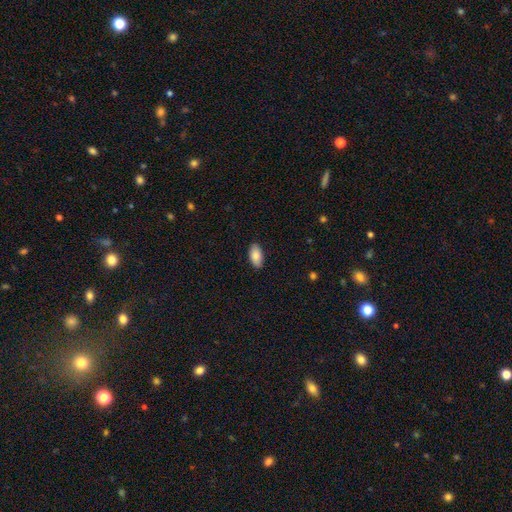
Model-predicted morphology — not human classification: Smooth or featured? smooth (85%)
How rounded? in between (94%)
Merging? none (88%)